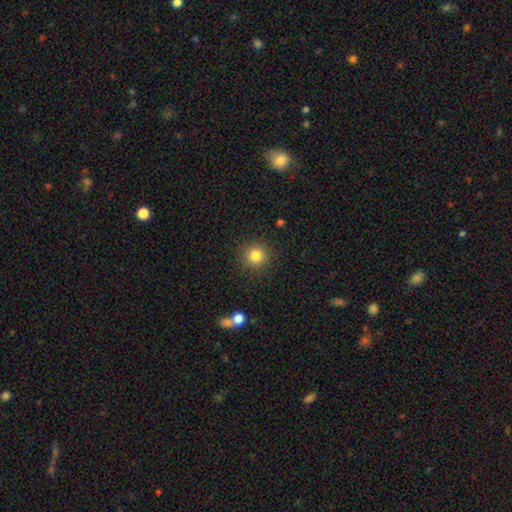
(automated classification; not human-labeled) smooth_or_featured: smooth (p=0.84) [alt: star or artifact p=0.11]
how_rounded: round (p=0.94) [alt: in between p=0.06]
merging: none (p=0.89) [alt: minor disturbance p=0.07]